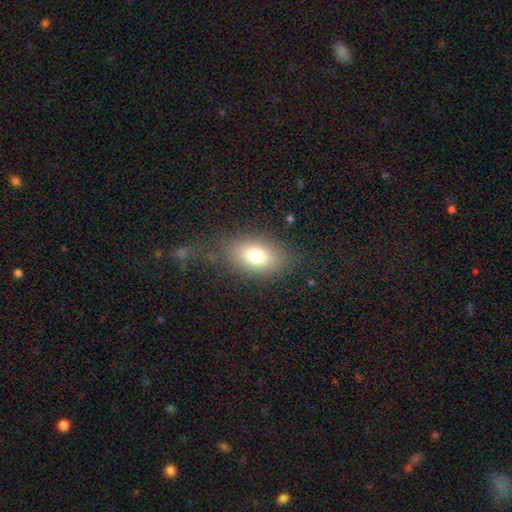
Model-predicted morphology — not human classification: A smooth galaxy with no disk features (76%) that is in between round and cigar-shaped (84%).

Vote fractions:
- Smooth or featured? smooth: 76% / featured or disk: 14% / star or artifact: 10%
- How rounded? in between: 84% / round: 14% / cigar-shaped: 2%
- Merging? none: 74% / minor disturbance: 14% / major disturbance: 9% / merger: 3%